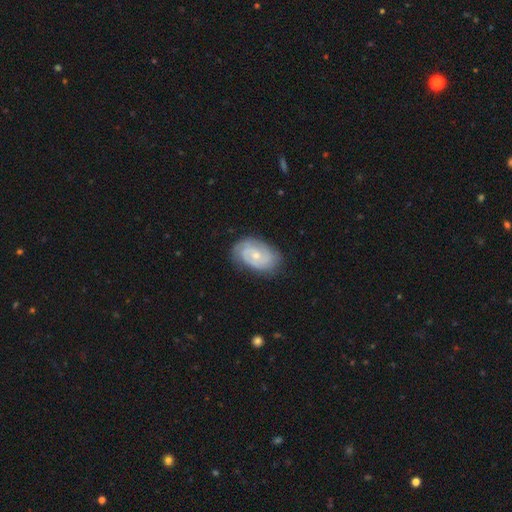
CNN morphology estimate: type=featured or disk (77%); edge-on=no (97%); bar=no (66%); spiral arms=yes (93%); winding=tight (59%); arm count=2 (47%); bulge=small (58%); merging=none (74%).